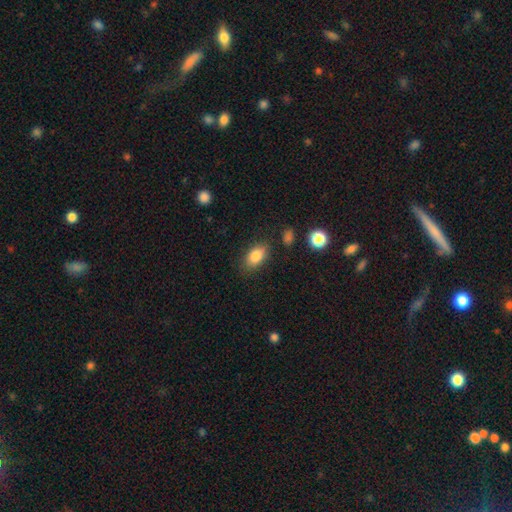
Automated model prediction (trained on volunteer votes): smooth-or-featured: smooth: 84% | star or artifact: 8% | featured or disk: 8%
  how-rounded: in between: 88% | round: 8% | cigar-shaped: 3%
  merging: none: 81% | minor disturbance: 14% | major disturbance: 4% | merger: 2%